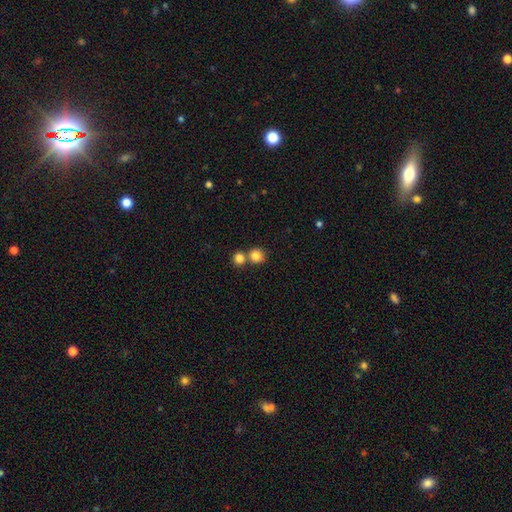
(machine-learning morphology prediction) The model was most divided on "merging": none: 53%, merger: 38%, minor disturbance: 6%, major disturbance: 2%. More confident: how rounded — round (89%); smooth or featured — smooth (83%).